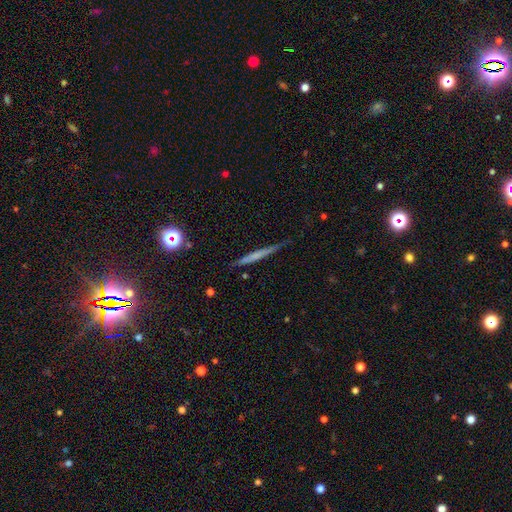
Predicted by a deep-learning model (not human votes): A smooth galaxy with no disk features (46%).

Vote fractions:
- Smooth or featured? smooth: 46% / featured or disk: 45% / star or artifact: 8%
- Merging? none: 82% / minor disturbance: 14% / major disturbance: 3% / merger: 2%